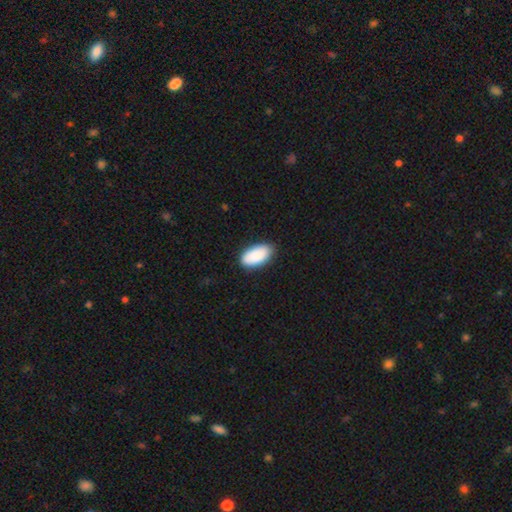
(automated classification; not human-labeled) smooth 90%, star or artifact 6%, featured or disk 5%. Down the decision tree: how rounded — in between (95%); merging — none (85%).